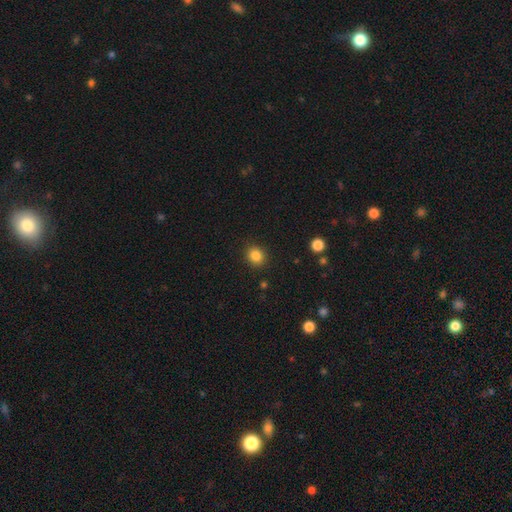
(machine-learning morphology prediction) The model was most divided on "how rounded": round: 76%, in between: 23%, cigar-shaped: 1%. More confident: merging — none (90%); smooth or featured — smooth (85%).